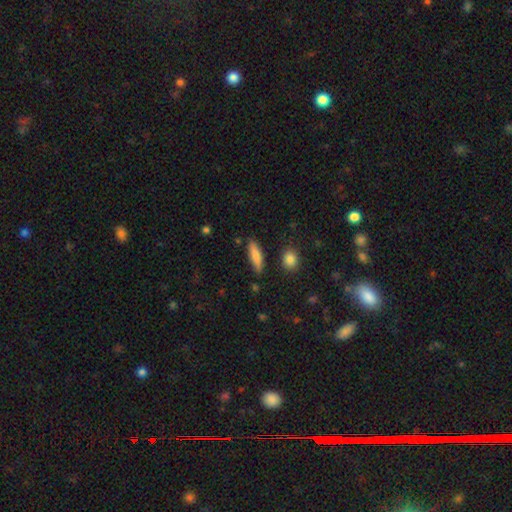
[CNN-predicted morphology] Smooth or featured: smooth — 81% (featured or disk — 12%)
How rounded: cigar-shaped — 59% (in between — 39%)
Merging: none — 83% (minor disturbance — 11%)